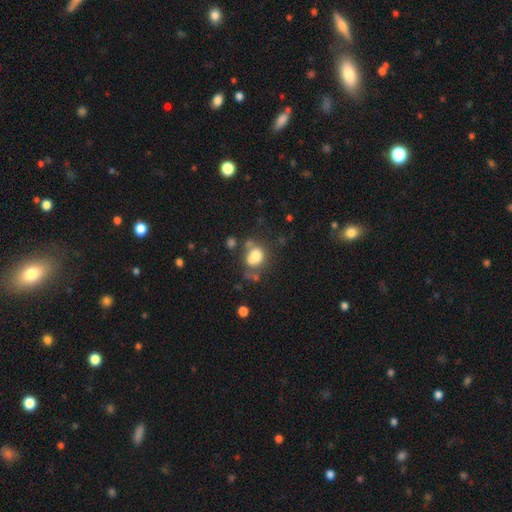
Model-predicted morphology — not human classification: Smooth or featured? Predicted: smooth (p=0.74). How rounded? Predicted: round (p=0.64). Merging? Predicted: none (p=0.44).